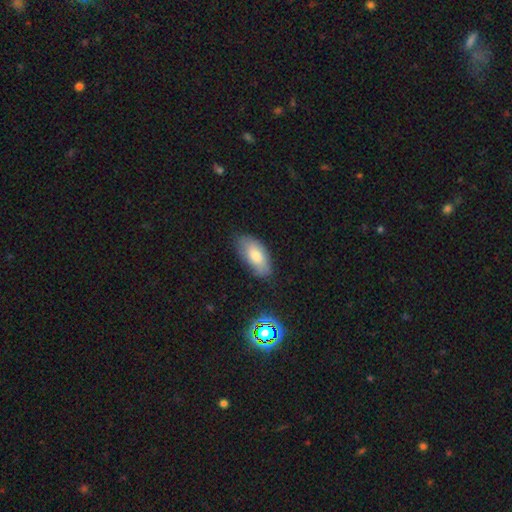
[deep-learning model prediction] smooth 75%, featured or disk 15%, star or artifact 10%. Down the decision tree: how rounded — in between (90%); merging — none (74%).